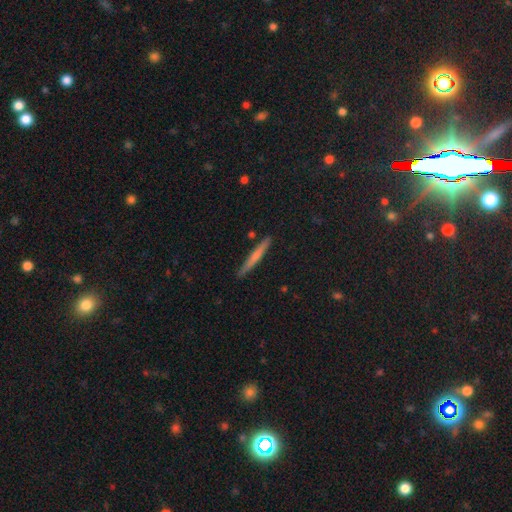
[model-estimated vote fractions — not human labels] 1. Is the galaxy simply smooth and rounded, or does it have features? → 56% smooth, 38% featured or disk, 6% star or artifact.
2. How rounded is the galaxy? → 96% cigar-shaped, 3% in between, 1% round.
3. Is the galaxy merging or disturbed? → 88% none, 8% minor disturbance, 2% merger, 2% major disturbance.